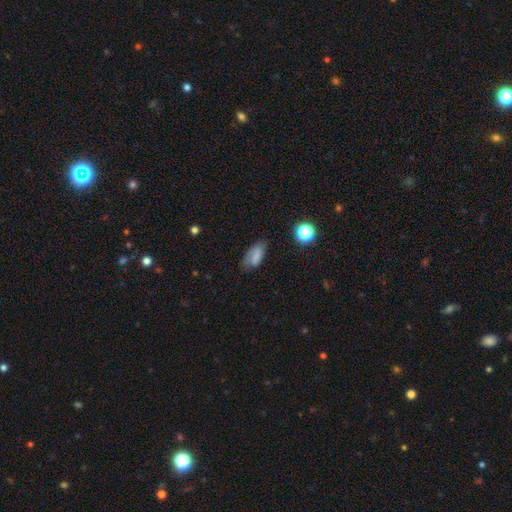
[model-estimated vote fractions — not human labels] Smooth or featured: smooth — 60% (featured or disk — 28%)
How rounded: in between — 87% (cigar-shaped — 7%)
Merging: none — 60% (minor disturbance — 27%)